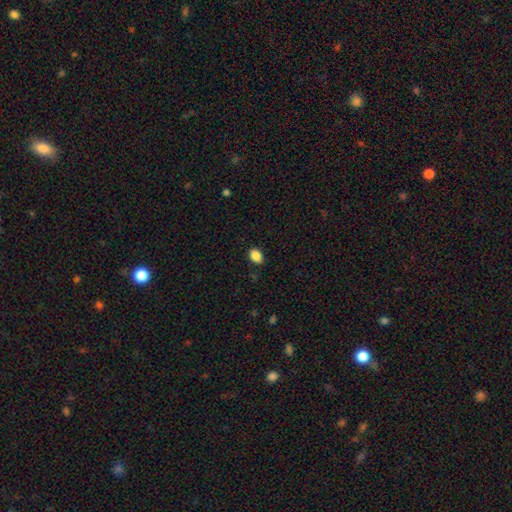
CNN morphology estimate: Overall: smooth (88%). How rounded: in between (80%). Merging: none (86%).